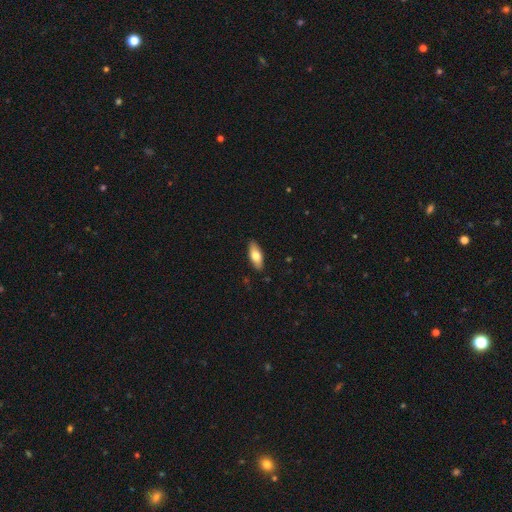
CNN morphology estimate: smooth 73%, featured or disk 22%, star or artifact 6%. Down the decision tree: how rounded — in between (79%); merging — none (88%).